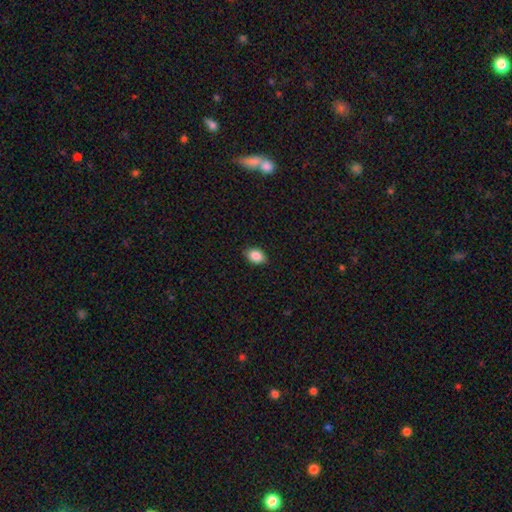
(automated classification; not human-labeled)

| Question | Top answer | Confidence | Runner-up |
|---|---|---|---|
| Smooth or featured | smooth | 87% | star or artifact (8%) |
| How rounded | in between | 82% | round (17%) |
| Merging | none | 87% | minor disturbance (10%) |